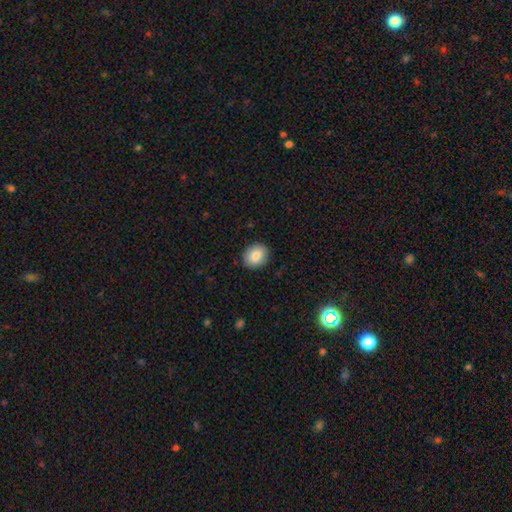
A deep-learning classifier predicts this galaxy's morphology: type=smooth (85%); roundness=round (62%); merging=none (89%).